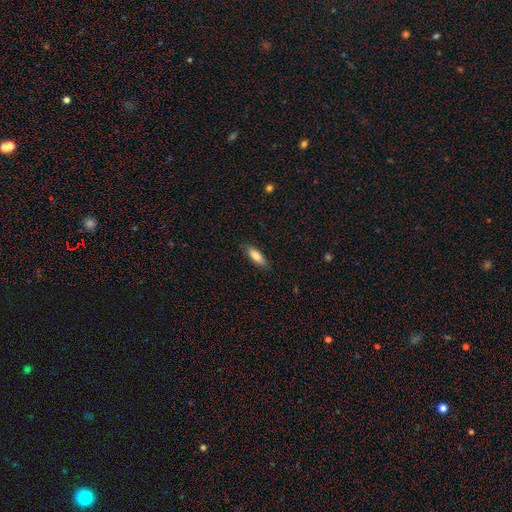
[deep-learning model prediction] Smooth or featured?
  - smooth: 81% *
  - featured or disk: 13%
  - star or artifact: 6%
How rounded?
  - in between: 61% *
  - cigar-shaped: 37%
  - round: 2%
Merging?
  - none: 85% *
  - minor disturbance: 11%
  - major disturbance: 2%
  - merger: 1%